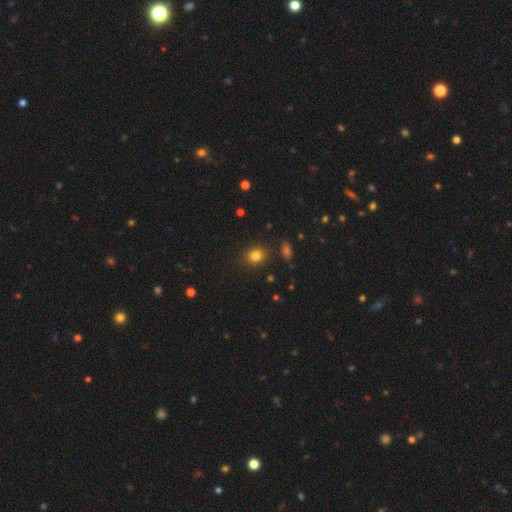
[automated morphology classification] This appears to be a smooth galaxy with no disk features (80%) that is round (74%). Merging: none (86%).